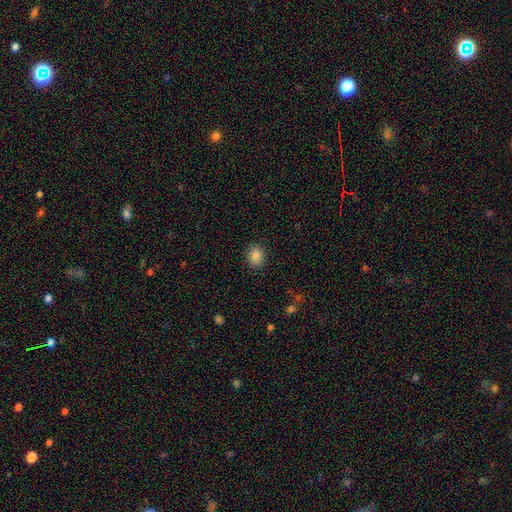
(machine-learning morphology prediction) Q: Smooth or featured?
A: smooth (85%); runner-up: star or artifact (9%)
Q: How rounded?
A: round (50%); runner-up: in between (49%)
Q: Merging?
A: none (88%); runner-up: minor disturbance (8%)